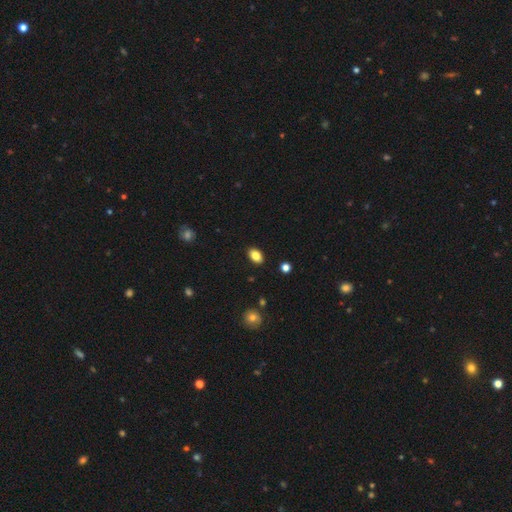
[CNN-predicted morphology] Smooth or featured?
  - smooth: 84% *
  - star or artifact: 9%
  - featured or disk: 7%
How rounded?
  - in between: 86% *
  - round: 12%
  - cigar-shaped: 2%
Merging?
  - none: 89% *
  - minor disturbance: 8%
  - major disturbance: 2%
  - merger: 1%